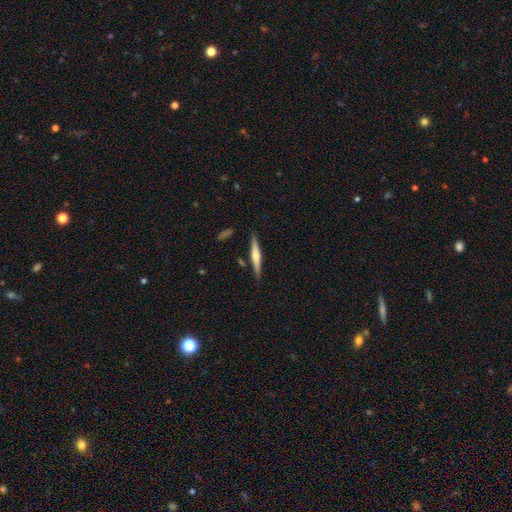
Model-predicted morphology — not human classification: Smooth or featured?
  - featured or disk: 49% *
  - smooth: 45%
  - star or artifact: 6%
Merging?
  - none: 87% *
  - minor disturbance: 9%
  - merger: 3%
  - major disturbance: 2%